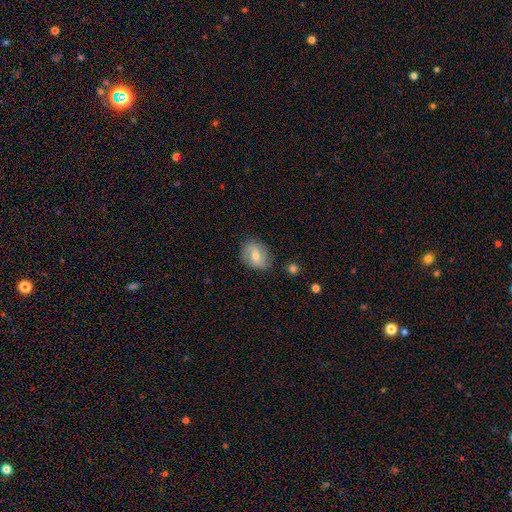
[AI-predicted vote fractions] This is possibly a smooth galaxy (50%). Merging: likely none (79%).